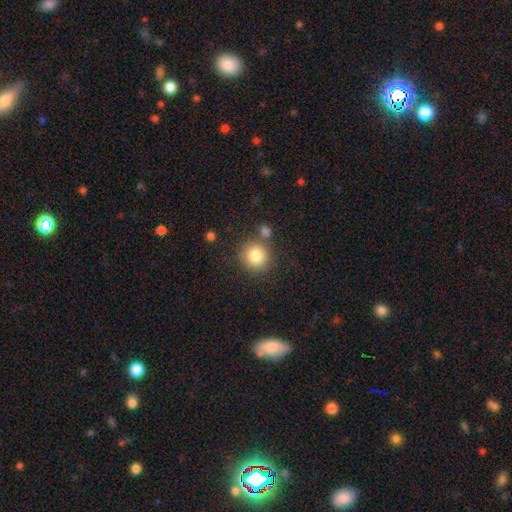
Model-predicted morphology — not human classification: A smooth galaxy with no disk features (82%) that is round (89%).

Vote fractions:
- Smooth or featured? smooth: 82% / star or artifact: 10% / featured or disk: 8%
- How rounded? round: 89% / in between: 10% / cigar-shaped: 1%
- Merging? none: 74% / merger: 12% / minor disturbance: 10% / major disturbance: 4%